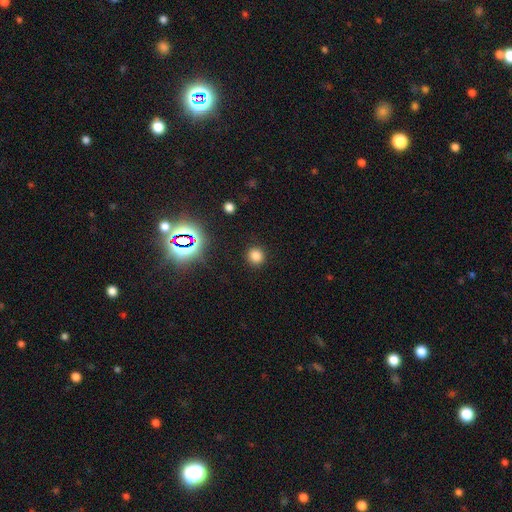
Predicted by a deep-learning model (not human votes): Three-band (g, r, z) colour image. It shows a smooth galaxy with no disk features (78%) that is round (91%). Merging: none (91%).